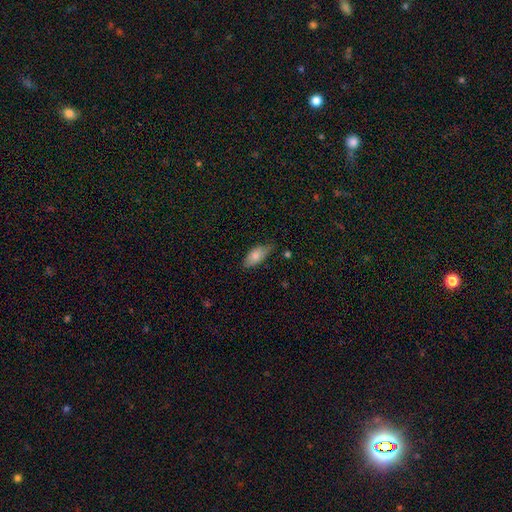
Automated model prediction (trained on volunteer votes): Smooth or featured?
  - smooth: 79% *
  - featured or disk: 15%
  - star or artifact: 7%
How rounded?
  - in between: 85% *
  - cigar-shaped: 12%
  - round: 3%
Merging?
  - none: 68% *
  - minor disturbance: 26%
  - major disturbance: 4%
  - merger: 2%